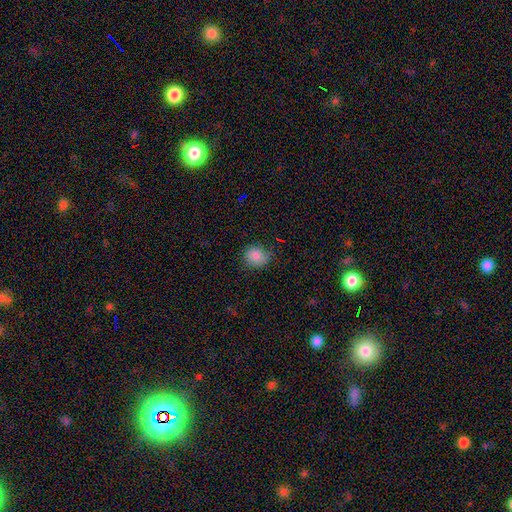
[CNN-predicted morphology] smooth-or-featured: smooth: 83% | star or artifact: 9% | featured or disk: 7%
  how-rounded: round: 79% | in between: 20% | cigar-shaped: 1%
  merging: none: 76% | minor disturbance: 19% | major disturbance: 4% | merger: 1%